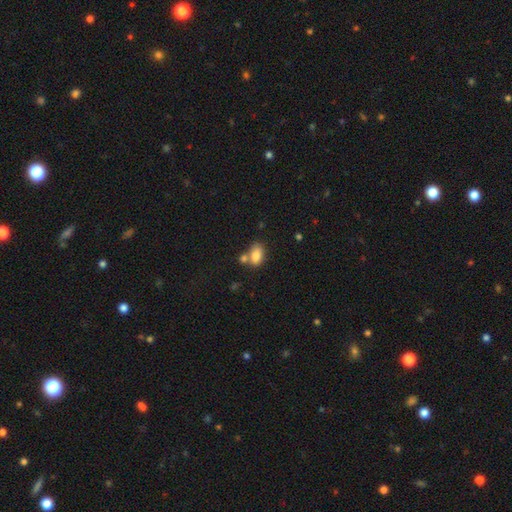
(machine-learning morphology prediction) type=smooth (84%); roundness=in between (89%); merging=none (48%).